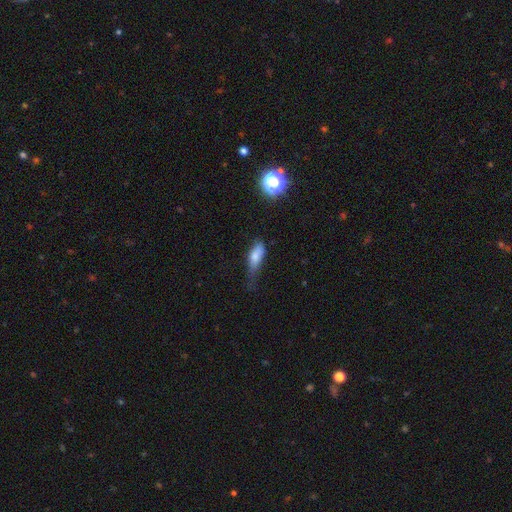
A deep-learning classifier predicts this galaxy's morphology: Smooth or featured? smooth (75%)
How rounded? in between (64%)
Merging? minor disturbance (42%)